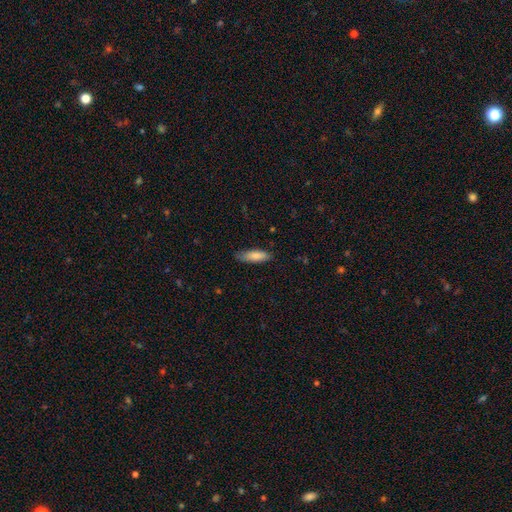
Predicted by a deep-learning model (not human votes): Smooth or featured: smooth — 84% (featured or disk — 10%)
How rounded: cigar-shaped — 50% (in between — 48%)
Merging: none — 77% (minor disturbance — 19%)